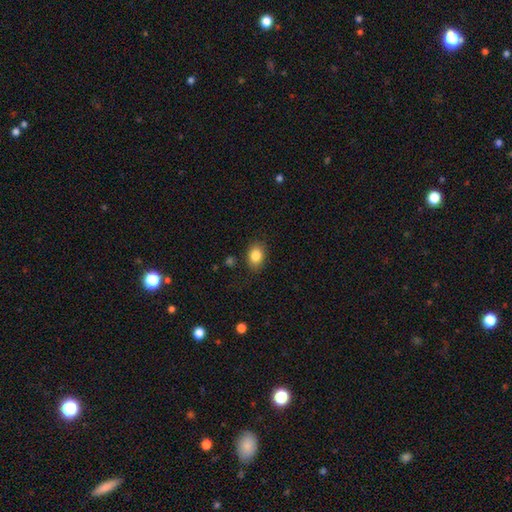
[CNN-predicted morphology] A smooth galaxy with no disk features (84%) that is in between round and cigar-shaped (66%).

Vote fractions:
- Smooth or featured? smooth: 84% / star or artifact: 9% / featured or disk: 7%
- How rounded? in between: 66% / round: 33% / cigar-shaped: 1%
- Merging? none: 83% / minor disturbance: 12% / major disturbance: 3% / merger: 2%